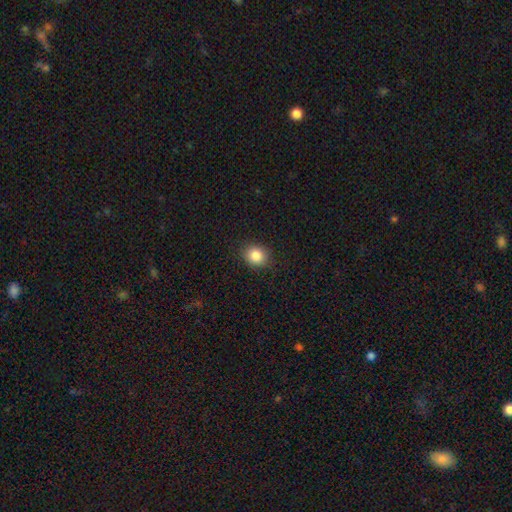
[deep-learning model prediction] A smooth galaxy with no disk features (85%) that is round (66%).

Vote fractions:
- Smooth or featured? smooth: 85% / star or artifact: 10% / featured or disk: 5%
- How rounded? round: 66% / in between: 33% / cigar-shaped: 1%
- Merging? none: 88% / minor disturbance: 8% / major disturbance: 2% / merger: 1%